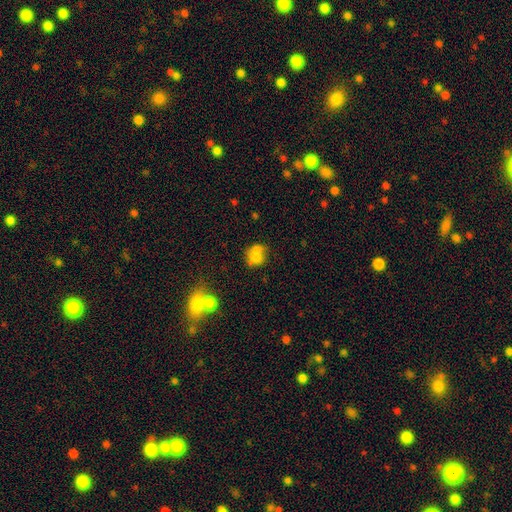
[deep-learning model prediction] smooth 72%, featured or disk 16%, star or artifact 12%. Down the decision tree: how rounded — round (64%); merging — merger (39%).